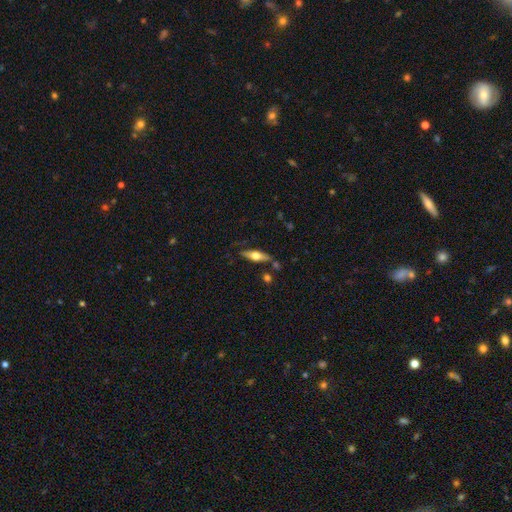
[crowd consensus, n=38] Smooth or featured? 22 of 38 (58%) said smooth. How rounded? 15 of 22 (68%) said in between. Merging? 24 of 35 (69%) said none.